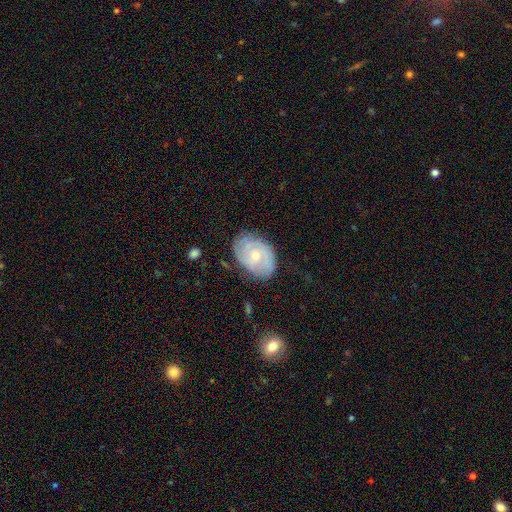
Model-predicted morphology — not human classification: The model was most divided on "bulge size": small: 57%, moderate: 40%, large: 1%, none: 1%, dominant: 1%. More confident: edge-on disk — no (96%); spiral arms — yes (79%); merging — none (75%); bar — no (73%); smooth or featured — featured or disk (60%).